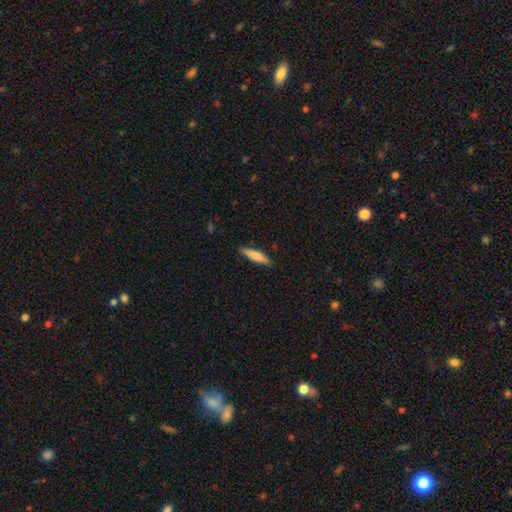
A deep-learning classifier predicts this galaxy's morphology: type=smooth (74%); roundness=cigar-shaped (79%); merging=none (88%).